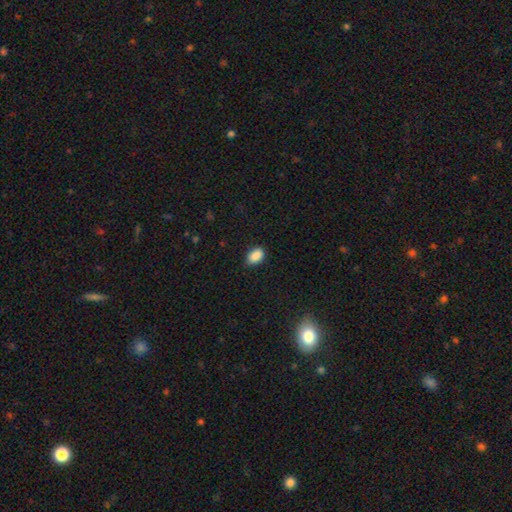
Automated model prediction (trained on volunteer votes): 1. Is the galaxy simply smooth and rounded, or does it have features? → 89% smooth, 8% star or artifact, 3% featured or disk.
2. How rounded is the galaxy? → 88% in between, 10% round, 1% cigar-shaped.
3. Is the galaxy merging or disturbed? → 79% none, 17% minor disturbance, 3% major disturbance, 1% merger.